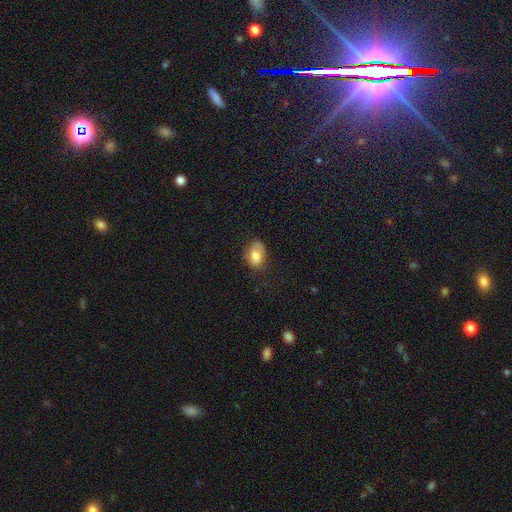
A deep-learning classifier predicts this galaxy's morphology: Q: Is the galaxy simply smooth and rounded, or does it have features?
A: smooth — 79%.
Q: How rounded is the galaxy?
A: in between — 82%.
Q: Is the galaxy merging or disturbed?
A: none — 59%.